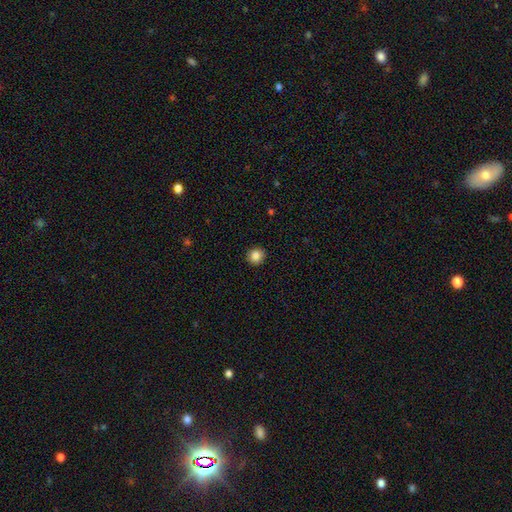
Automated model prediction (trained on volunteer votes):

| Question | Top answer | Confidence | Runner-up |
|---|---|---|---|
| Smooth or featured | smooth | 86% | star or artifact (10%) |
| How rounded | round | 89% | in between (10%) |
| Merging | none | 92% | minor disturbance (6%) |